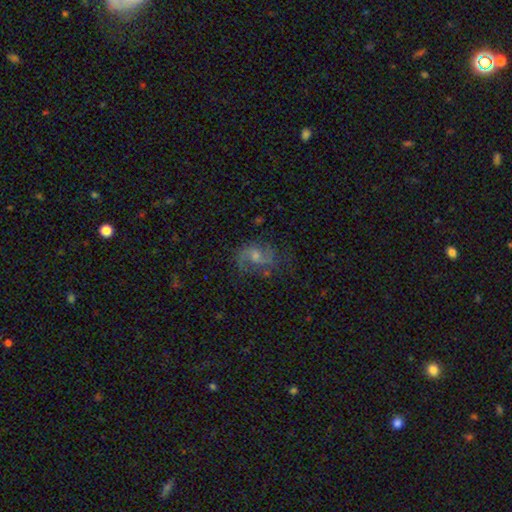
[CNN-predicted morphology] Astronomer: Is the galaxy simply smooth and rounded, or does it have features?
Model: featured or disk — 70%.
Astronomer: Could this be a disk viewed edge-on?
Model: no — 97%.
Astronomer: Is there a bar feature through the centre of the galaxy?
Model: no — 50% (runner-up: weak, 42%).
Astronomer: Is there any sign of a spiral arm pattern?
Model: yes — 91%.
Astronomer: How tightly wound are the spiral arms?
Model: medium — 46% (runner-up: loose, 39%).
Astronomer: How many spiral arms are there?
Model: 2 — 81%.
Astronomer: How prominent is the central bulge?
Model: moderate — 48% (runner-up: small, 39%).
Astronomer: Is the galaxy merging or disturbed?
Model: none — 65%.